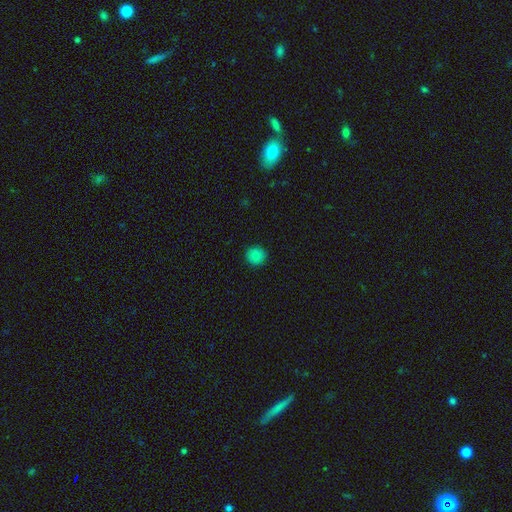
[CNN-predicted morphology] smooth-or-featured: smooth: 83% | star or artifact: 11% | featured or disk: 5%
  how-rounded: round: 94% | in between: 5% | cigar-shaped: 1%
  merging: none: 92% | minor disturbance: 5% | major disturbance: 2% | merger: 1%